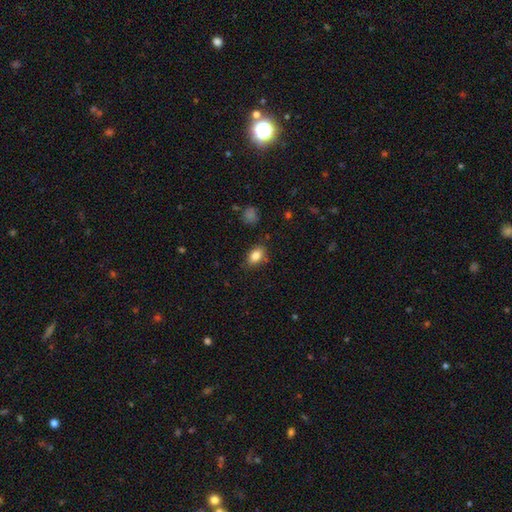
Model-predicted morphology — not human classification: Smooth or featured?
  - smooth: 84% *
  - star or artifact: 9%
  - featured or disk: 7%
How rounded?
  - in between: 84% *
  - round: 14%
  - cigar-shaped: 2%
Merging?
  - none: 80% *
  - minor disturbance: 14%
  - major disturbance: 3%
  - merger: 2%